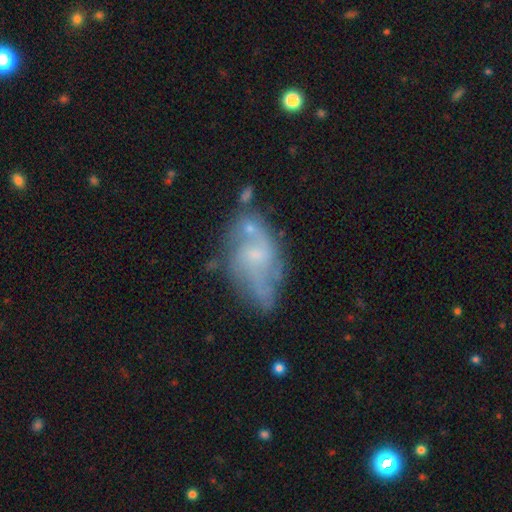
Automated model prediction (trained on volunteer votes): smooth_or_featured: featured or disk (p=0.69) [alt: smooth p=0.22]
disk_edge_on: no (p=0.95) [alt: yes p=0.05]
bar: no (p=0.54) [alt: weak p=0.39]
has_spiral_arms: yes (p=0.78) [alt: no p=0.22]
spiral_winding: loose (p=0.44) [alt: medium p=0.40]
spiral_arm_count: 2 (p=0.54) [alt: can't tell p=0.26]
bulge_size: small (p=0.56) [alt: none p=0.21]
merging: none (p=0.49) [alt: minor disturbance p=0.25]